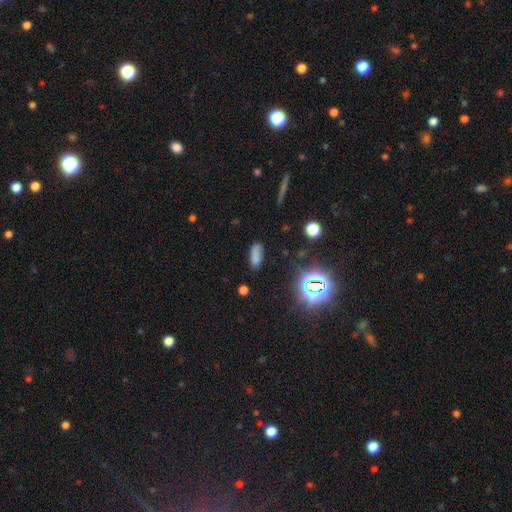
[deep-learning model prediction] Morphology: type=smooth (71%); roundness=in between (74%); merging=none (71%).